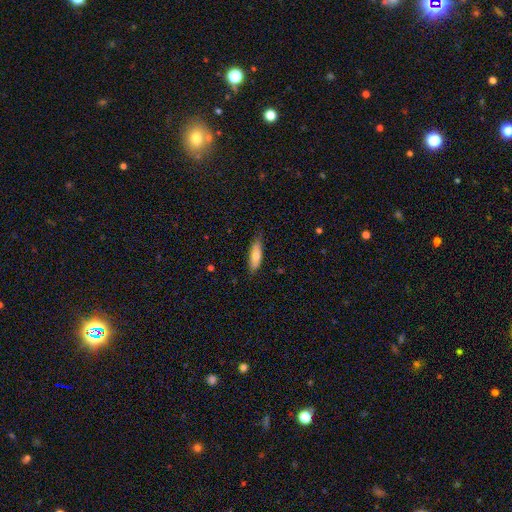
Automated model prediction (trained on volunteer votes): This is likely a smooth galaxy (75%). How rounded: possibly in between (49%, tied with cigar-shaped). Merging: likely none (78%).